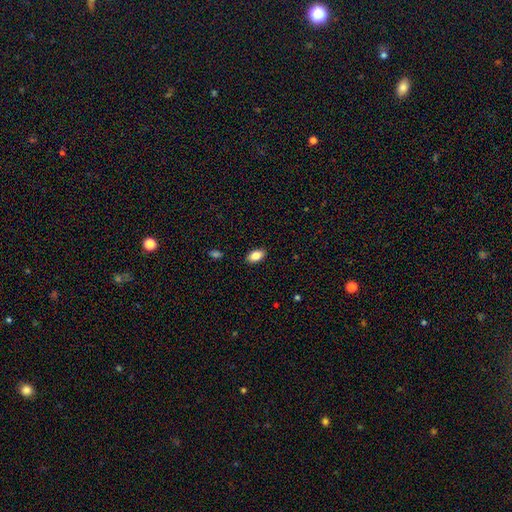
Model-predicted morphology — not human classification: This is clearly a smooth galaxy (85%). How rounded: clearly in between (92%). Merging: clearly none (89%).